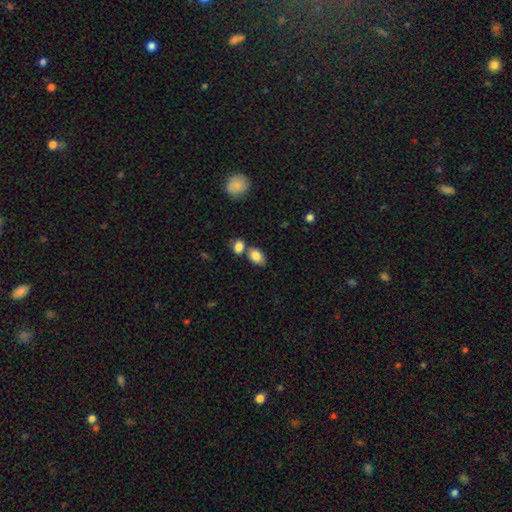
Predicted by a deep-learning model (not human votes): smooth 84%, featured or disk 8%, star or artifact 8%. Down the decision tree: how rounded — in between (84%); merging — none (53%).